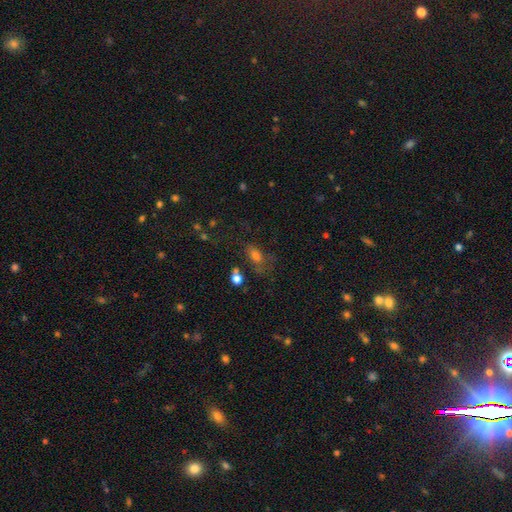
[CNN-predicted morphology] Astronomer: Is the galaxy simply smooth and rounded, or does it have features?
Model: smooth — 64%.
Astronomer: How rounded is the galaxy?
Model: in between — 76%.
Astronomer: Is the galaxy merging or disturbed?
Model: none — 51%.